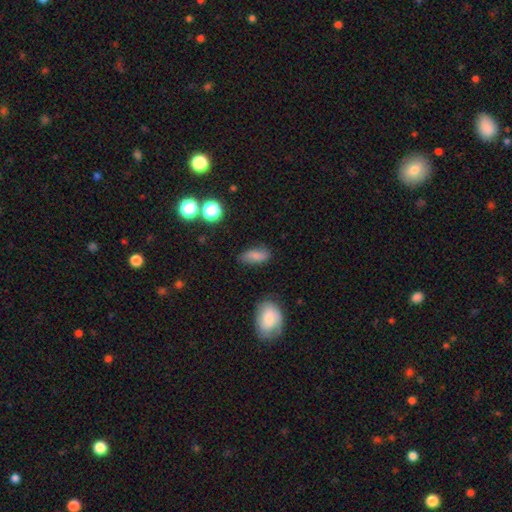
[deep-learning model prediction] smooth_or_featured: smooth (p=0.78) [alt: featured or disk p=0.13]
how_rounded: in between (p=0.82) [alt: cigar-shaped p=0.13]
merging: none (p=0.76) [alt: minor disturbance p=0.17]